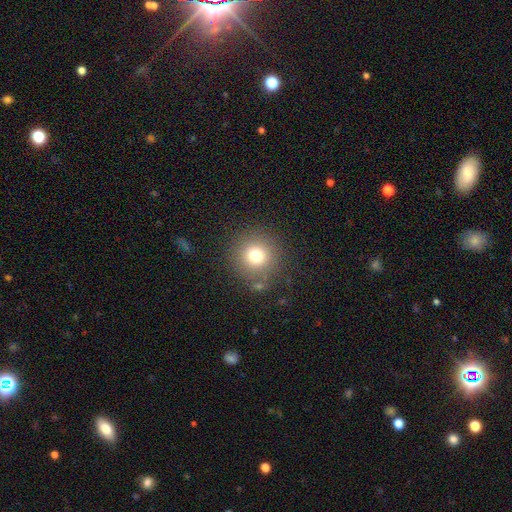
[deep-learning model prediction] Morphology: type=smooth (75%); roundness=round (95%); merging=none (84%).